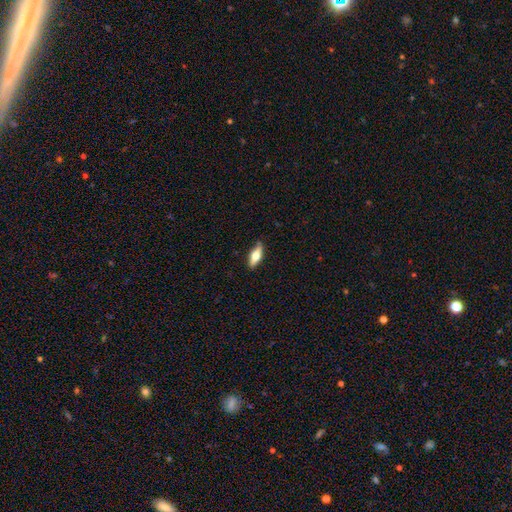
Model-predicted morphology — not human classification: Q: Smooth or featured?
A: smooth (56%); runner-up: featured or disk (38%)
Q: How rounded?
A: in between (64%); runner-up: cigar-shaped (34%)
Q: Merging?
A: none (84%); runner-up: minor disturbance (12%)